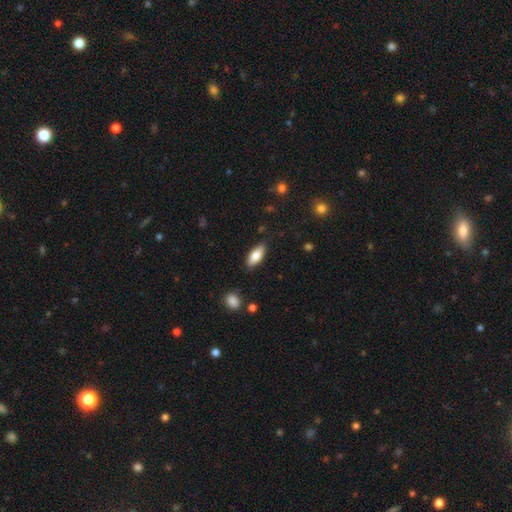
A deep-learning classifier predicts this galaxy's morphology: Overall: smooth (78%). How rounded: in between (80%). Merging: none (84%).